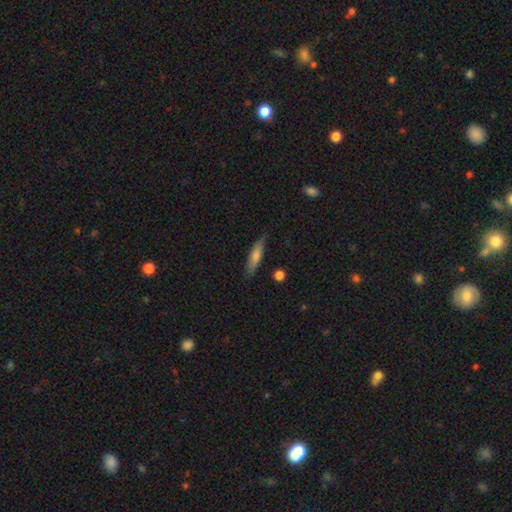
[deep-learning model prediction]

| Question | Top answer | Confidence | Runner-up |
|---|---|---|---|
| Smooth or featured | smooth | 58% | featured or disk (35%) |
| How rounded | cigar-shaped | 81% | in between (16%) |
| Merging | none | 85% | minor disturbance (11%) |